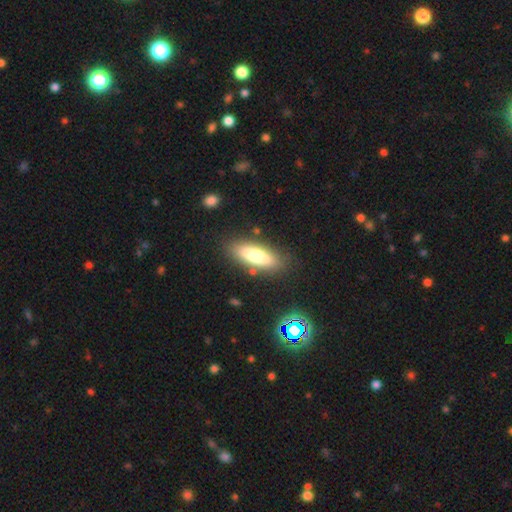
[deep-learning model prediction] The model was most divided on "how rounded": in between: 61%, cigar-shaped: 37%, round: 2%. More confident: merging — none (82%); smooth or featured — smooth (73%).